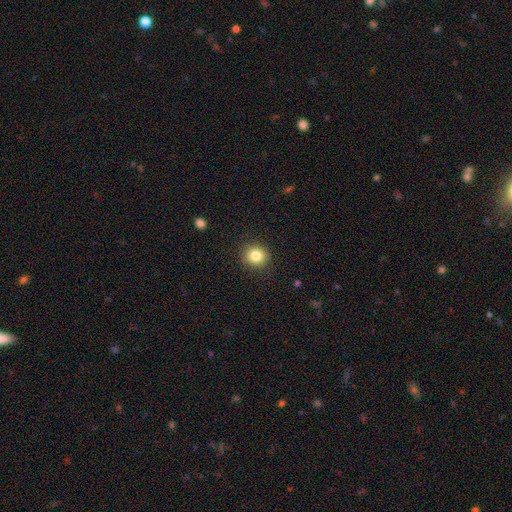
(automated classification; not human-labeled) Smooth or featured?
  - smooth: 83% *
  - star or artifact: 10%
  - featured or disk: 7%
How rounded?
  - round: 86% *
  - in between: 13%
  - cigar-shaped: 1%
Merging?
  - none: 90% *
  - minor disturbance: 7%
  - major disturbance: 2%
  - merger: 1%